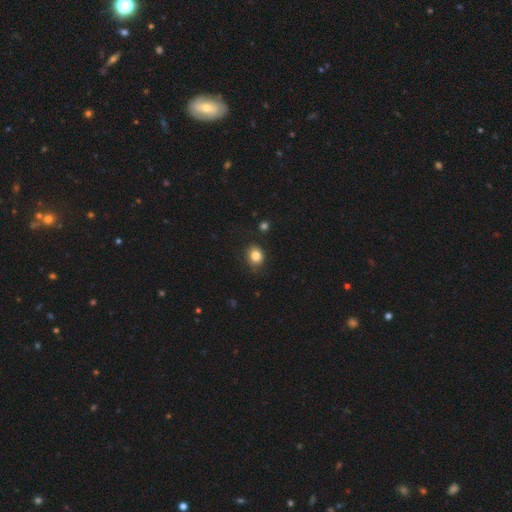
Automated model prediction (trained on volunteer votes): Smooth or featured? Predicted: smooth (p=0.83). How rounded? Predicted: round (p=0.64). Merging? Predicted: none (p=0.83).